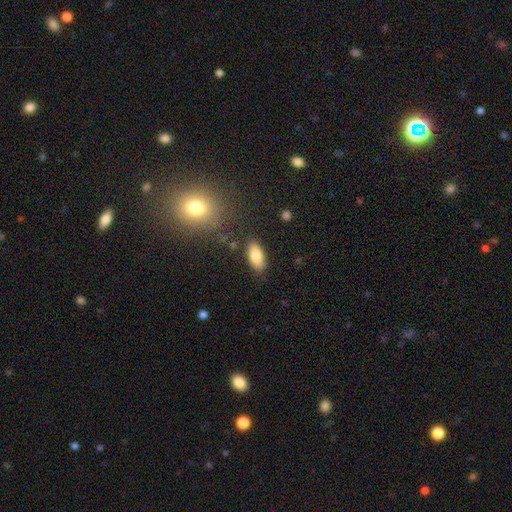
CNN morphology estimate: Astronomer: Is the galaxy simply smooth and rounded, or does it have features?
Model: smooth — 83%.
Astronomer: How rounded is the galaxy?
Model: in between — 91%.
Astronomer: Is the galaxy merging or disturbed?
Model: none — 84%.